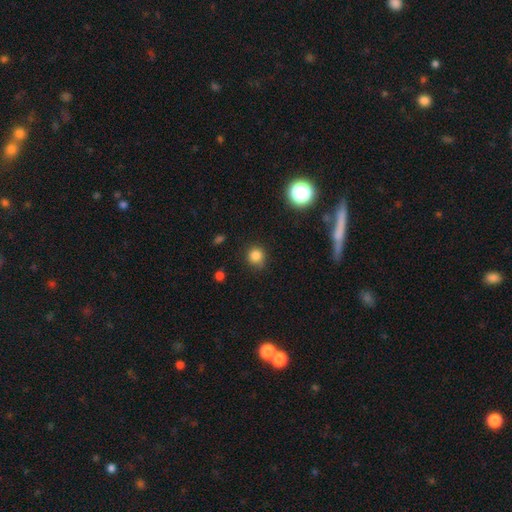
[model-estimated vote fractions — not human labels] Smooth or featured? smooth (82%)
How rounded? round (90%)
Merging? none (80%)